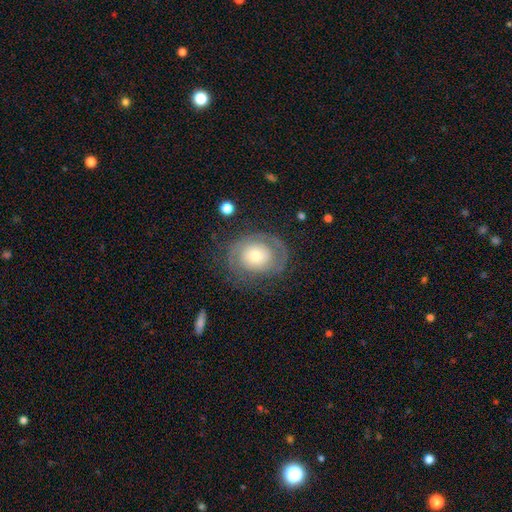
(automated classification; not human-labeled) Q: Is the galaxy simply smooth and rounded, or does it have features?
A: featured or disk — 68%.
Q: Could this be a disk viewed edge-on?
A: no — 96%.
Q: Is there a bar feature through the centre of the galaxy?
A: no — 82%.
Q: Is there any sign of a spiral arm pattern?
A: yes — 77%.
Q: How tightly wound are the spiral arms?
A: tight — 65%.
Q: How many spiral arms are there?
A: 2 — 44%.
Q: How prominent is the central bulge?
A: small — 45%.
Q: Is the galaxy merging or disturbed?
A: none — 71%.